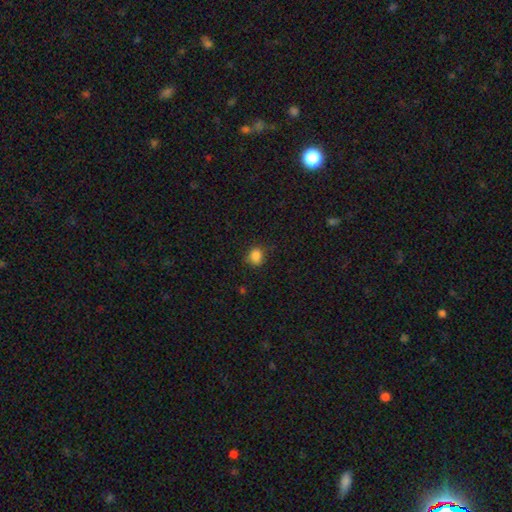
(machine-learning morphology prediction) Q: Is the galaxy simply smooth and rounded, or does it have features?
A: smooth — 85%.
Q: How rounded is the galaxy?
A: round — 59%.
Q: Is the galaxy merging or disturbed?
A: none — 74%.